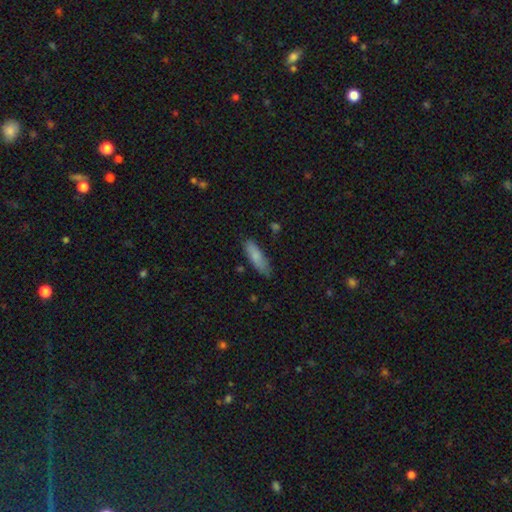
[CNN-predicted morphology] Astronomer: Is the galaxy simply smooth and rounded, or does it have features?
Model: smooth — 81%.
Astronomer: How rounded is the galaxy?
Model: cigar-shaped — 57% (runner-up: in between, 41%).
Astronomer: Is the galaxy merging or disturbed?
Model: none — 79%.